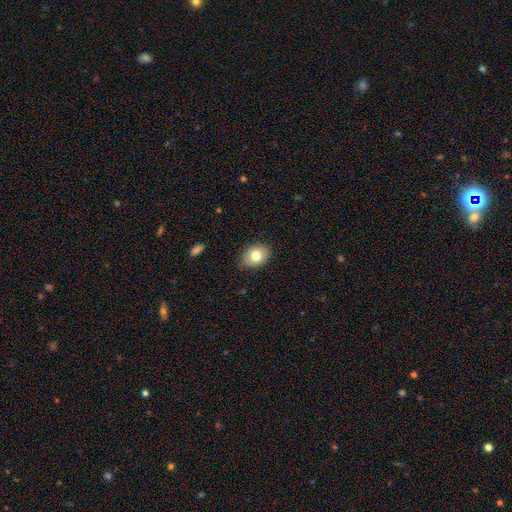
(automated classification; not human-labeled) Overall: smooth (77%). How rounded: in between (66%; round 33%). Merging: none (82%).